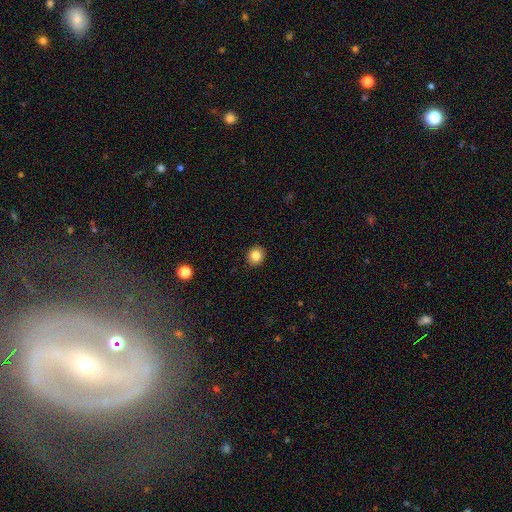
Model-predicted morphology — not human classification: smooth_or_featured: smooth (p=0.84) [alt: star or artifact p=0.10]
how_rounded: round (p=0.84) [alt: in between p=0.15]
merging: none (p=0.92) [alt: minor disturbance p=0.06]